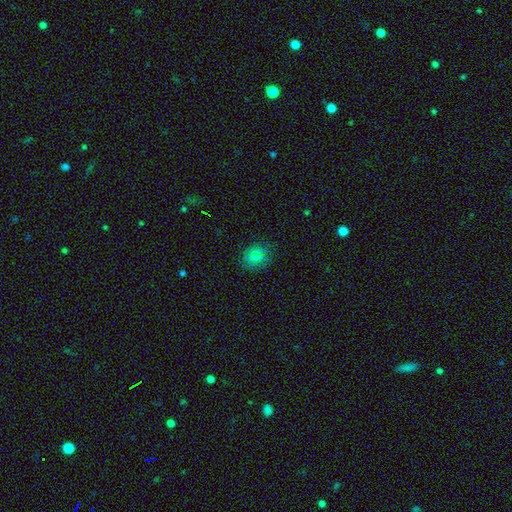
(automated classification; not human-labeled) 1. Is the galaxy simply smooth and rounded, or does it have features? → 77% smooth, 13% star or artifact, 10% featured or disk.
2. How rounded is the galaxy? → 66% round, 33% in between, 1% cigar-shaped.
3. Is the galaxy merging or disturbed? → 81% none, 15% minor disturbance, 4% major disturbance, 1% merger.